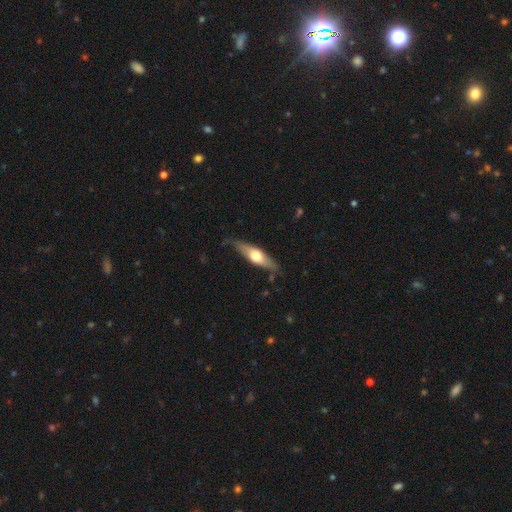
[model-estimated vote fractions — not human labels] Morphology: type=featured or disk (48%); merging=none (77%).